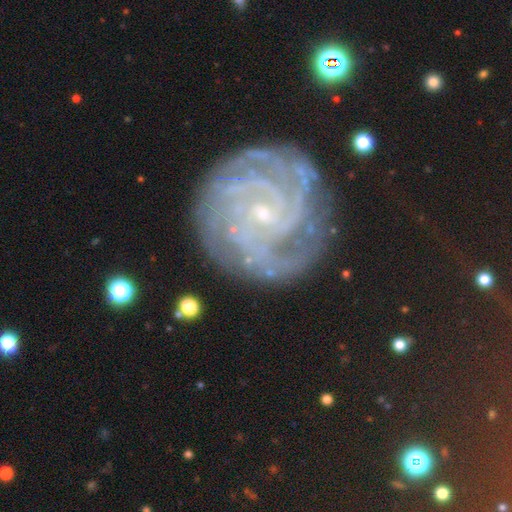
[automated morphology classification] Smooth or featured?
  - featured or disk: 89% *
  - star or artifact: 6%
  - smooth: 5%
Edge-on disk?
  - no: 98% *
  - yes: 2%
Bar?
  - no: 54% *
  - weak: 35%
  - strong: 11%
Spiral arms?
  - yes: 98% *
  - no: 2%
Spiral winding?
  - tight: 68% *
  - medium: 27%
  - loose: 5%
Spiral arm count?
  - 3: 27% *
  - 4: 21%
  - 2: 18%
  - can't tell: 17%
  - more than 4: 9%
  - 1: 8%
Bulge size?
  - small: 73% *
  - moderate: 21%
  - none: 4%
  - large: 1%
  - dominant: 1%
Merging?
  - none: 74% *
  - minor disturbance: 16%
  - major disturbance: 7%
  - merger: 3%